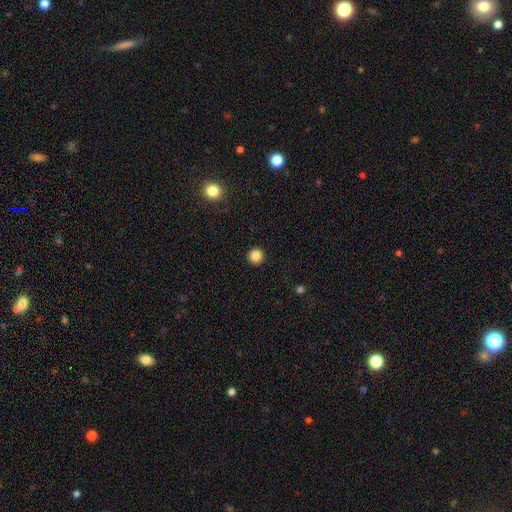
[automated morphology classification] The model was most divided on "smooth or featured": smooth: 85%, star or artifact: 11%, featured or disk: 4%. More confident: how rounded — round (96%); merging — none (94%).